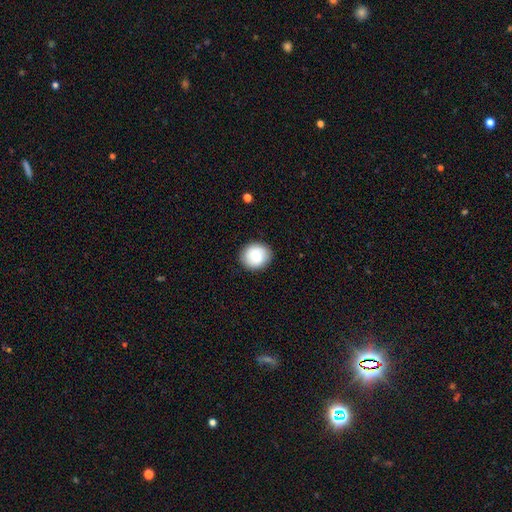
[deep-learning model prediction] This appears to be a smooth galaxy with no disk features (78%) that is round (83%). Merging: none (88%).